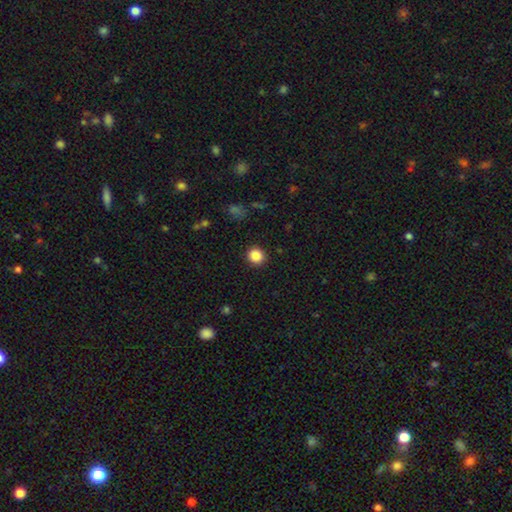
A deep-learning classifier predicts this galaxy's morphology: Overall: smooth (87%). How rounded: round (88%). Merging: none (90%).